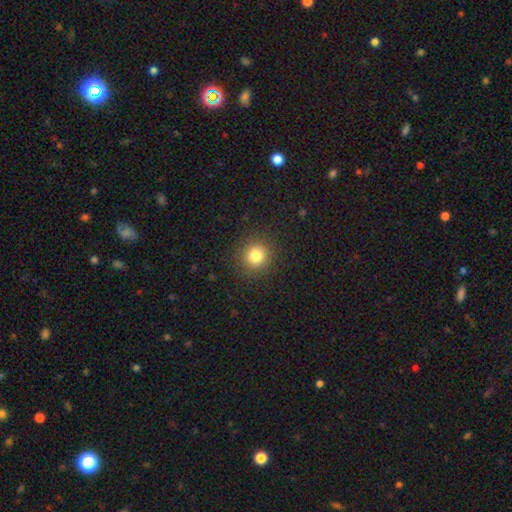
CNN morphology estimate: A smooth galaxy with no disk features (81%) that is round (93%). Merging: none (90%).